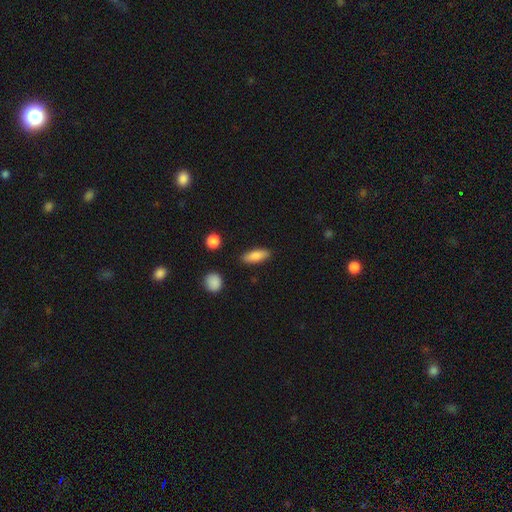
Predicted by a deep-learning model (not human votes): A smooth galaxy with no disk features (82%) that is in between round and cigar-shaped (64%). Merging: none (86%).